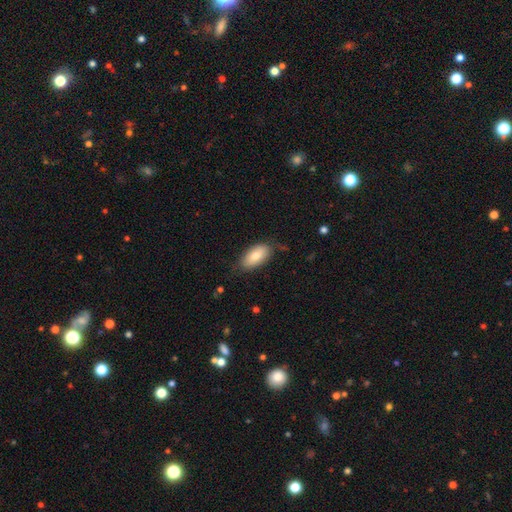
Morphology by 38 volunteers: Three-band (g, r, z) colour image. It shows a smooth galaxy with no disk features (66%) that is in between round and cigar-shaped (92%). Merging: none (82%).